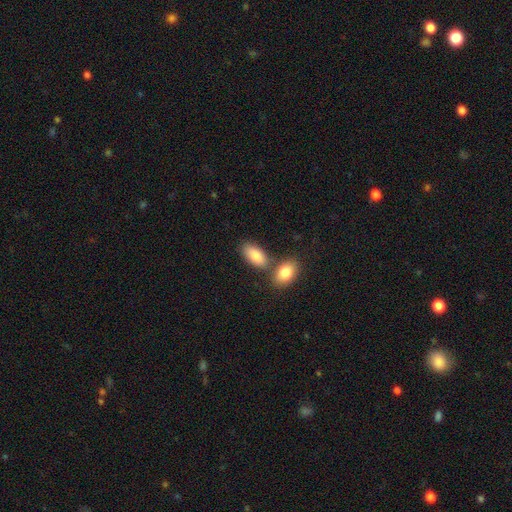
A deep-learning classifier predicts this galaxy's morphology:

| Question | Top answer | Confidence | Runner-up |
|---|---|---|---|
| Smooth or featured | smooth | 86% | featured or disk (7%) |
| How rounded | in between | 92% | cigar-shaped (5%) |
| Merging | none | 60% | merger (25%) |